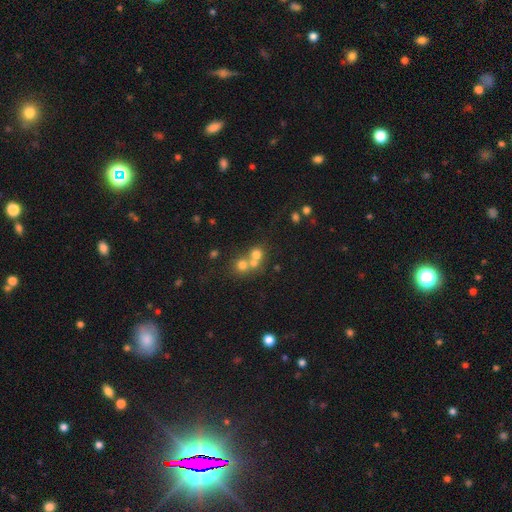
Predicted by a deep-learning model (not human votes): A smooth galaxy with no disk features (61%) that is round (85%).

Vote fractions:
- Smooth or featured? smooth: 61% / star or artifact: 20% / featured or disk: 19%
- How rounded? round: 85% / in between: 14% / cigar-shaped: 1%
- Merging? merger: 53% / none: 38% / minor disturbance: 6% / major disturbance: 4%